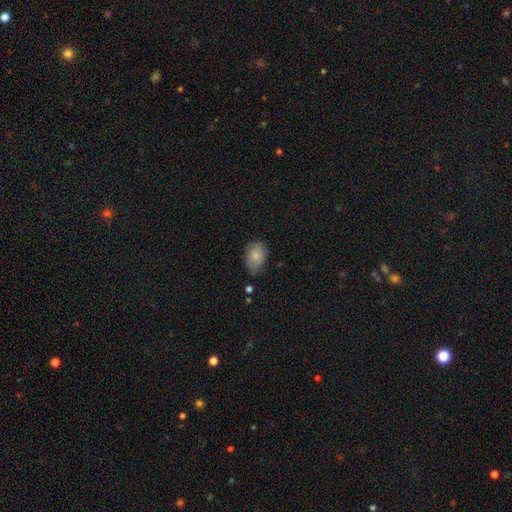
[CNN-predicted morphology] The model was most divided on "merging": none: 66%, minor disturbance: 27%, major disturbance: 5%, merger: 2%. More confident: how rounded — in between (84%); smooth or featured — smooth (83%).